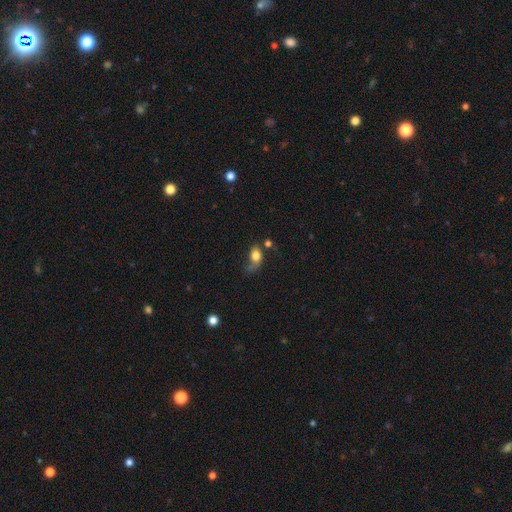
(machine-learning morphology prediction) Q: Smooth or featured?
A: smooth (75%); runner-up: featured or disk (16%)
Q: How rounded?
A: in between (72%); runner-up: round (25%)
Q: Merging?
A: none (31%); tied with: major disturbance (31%)